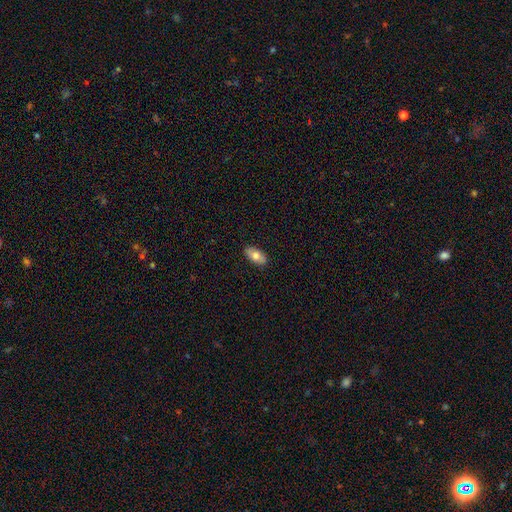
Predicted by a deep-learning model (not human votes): Smooth or featured: smooth — 74% (featured or disk — 19%)
How rounded: in between — 91% (cigar-shaped — 6%)
Merging: none — 88% (minor disturbance — 9%)